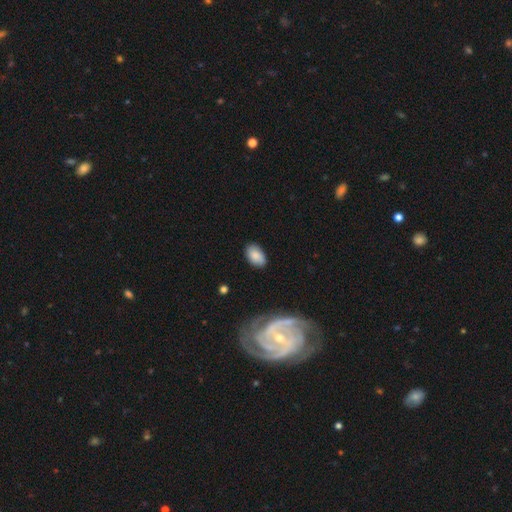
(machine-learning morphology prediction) The model was most divided on "merging": none: 82%, minor disturbance: 14%, major disturbance: 3%, merger: 1%. More confident: how rounded — in between (91%); smooth or featured — smooth (83%).